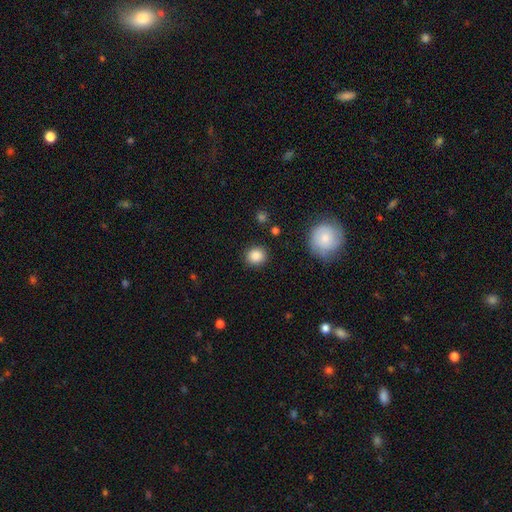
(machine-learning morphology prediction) Overall: smooth (87%). How rounded: round (81%). Merging: none (88%).